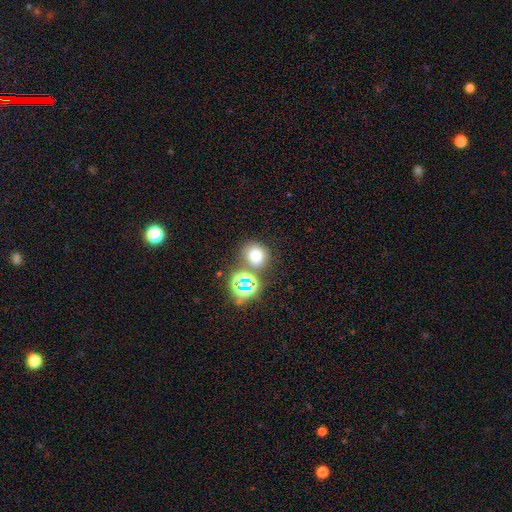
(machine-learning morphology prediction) smooth-or-featured: smooth: 65% | star or artifact: 26% | featured or disk: 8%
  how-rounded: round: 80% | in between: 19% | cigar-shaped: 1%
  merging: none: 69% | merger: 17% | minor disturbance: 10% | major disturbance: 4%